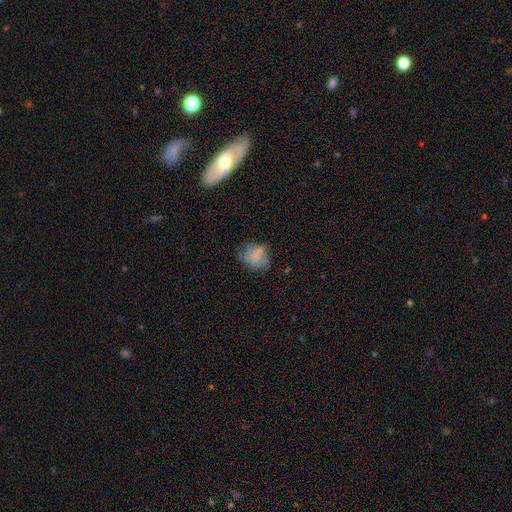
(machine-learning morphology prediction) smooth_or_featured: smooth (p=0.66) [alt: featured or disk p=0.22]
how_rounded: round (p=0.56) [alt: in between p=0.43]
merging: none (p=0.53) [alt: minor disturbance p=0.26]